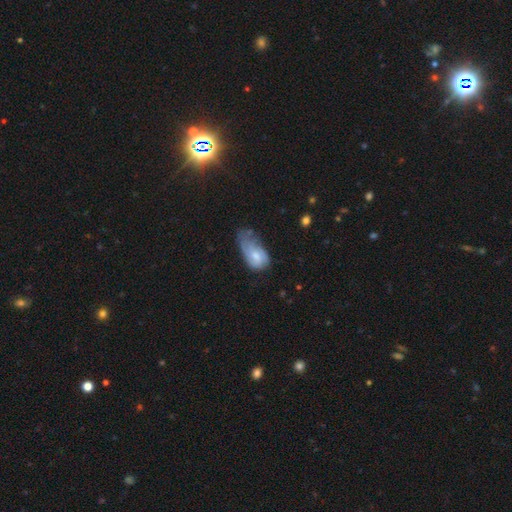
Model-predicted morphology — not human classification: This appears to be a smooth galaxy with no disk features (57%) that is in between round and cigar-shaped (89%). Merging: minor disturbance (39%).